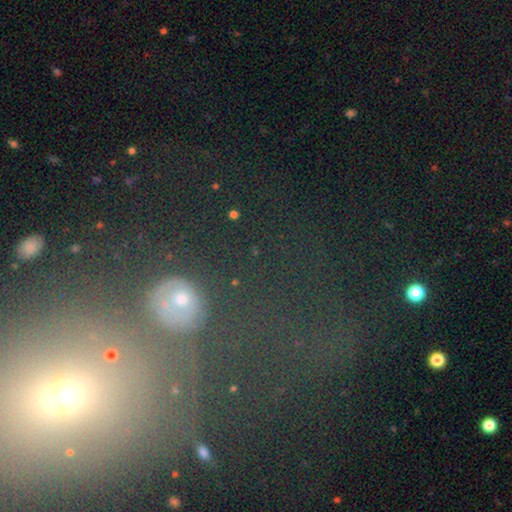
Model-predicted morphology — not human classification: This appears to be a smooth galaxy with no disk features (40%). Merging: none (65%).